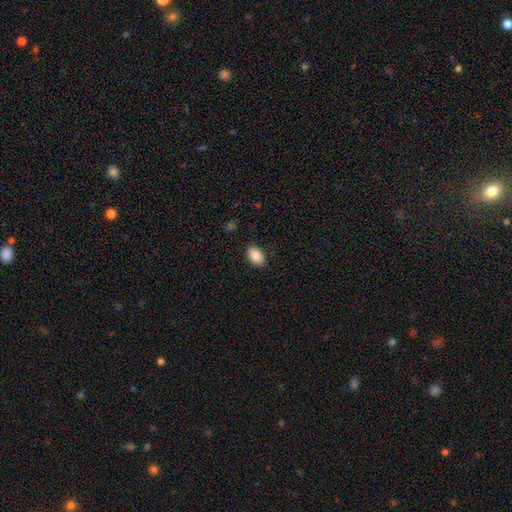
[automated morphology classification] The model was most divided on "merging": none: 88%, minor disturbance: 9%, major disturbance: 2%, merger: 1%. More confident: how rounded — in between (90%); smooth or featured — smooth (88%).